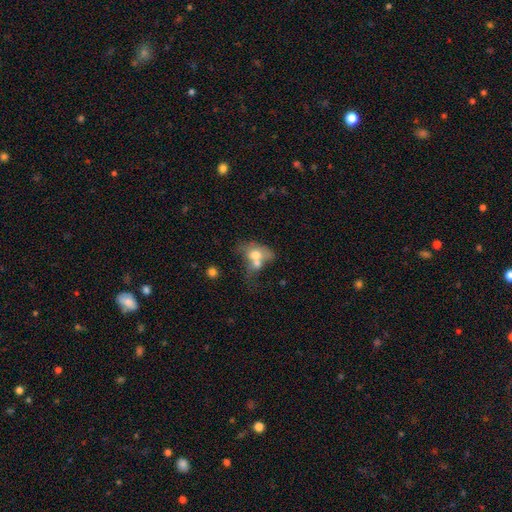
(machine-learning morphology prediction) smooth-or-featured: smooth: 63% | featured or disk: 28% | star or artifact: 8%
  how-rounded: in between: 73% | round: 25% | cigar-shaped: 3%
  merging: merger: 65% | none: 16% | major disturbance: 10% | minor disturbance: 9%